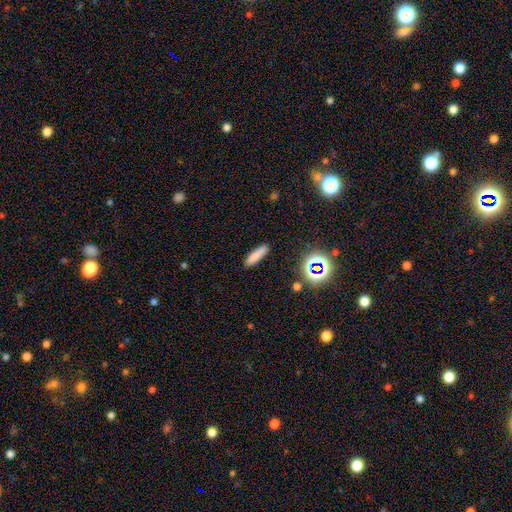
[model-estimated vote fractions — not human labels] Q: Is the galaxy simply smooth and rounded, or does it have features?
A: smooth — 78%.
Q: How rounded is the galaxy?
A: cigar-shaped — 79%.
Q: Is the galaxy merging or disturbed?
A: none — 87%.